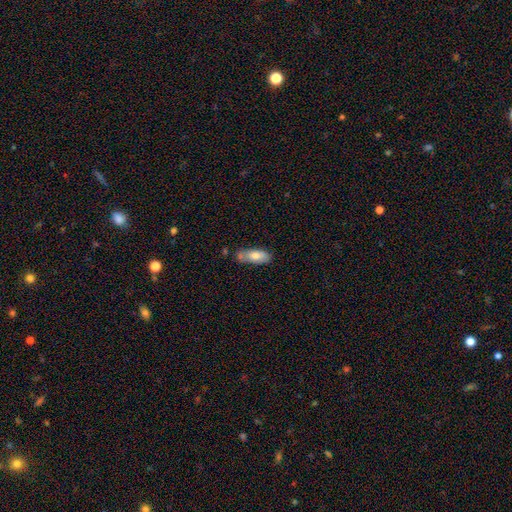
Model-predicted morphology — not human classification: Overall: smooth (73%). How rounded: in between (76%). Merging: none (58%; minor disturbance 22%).